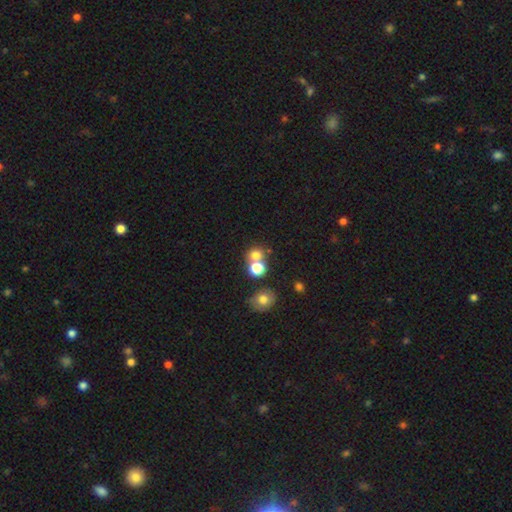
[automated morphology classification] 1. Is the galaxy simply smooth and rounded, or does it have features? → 73% smooth, 17% star or artifact, 10% featured or disk.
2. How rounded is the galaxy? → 77% round, 22% in between, 1% cigar-shaped.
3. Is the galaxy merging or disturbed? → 47% none, 41% merger, 8% minor disturbance, 4% major disturbance.